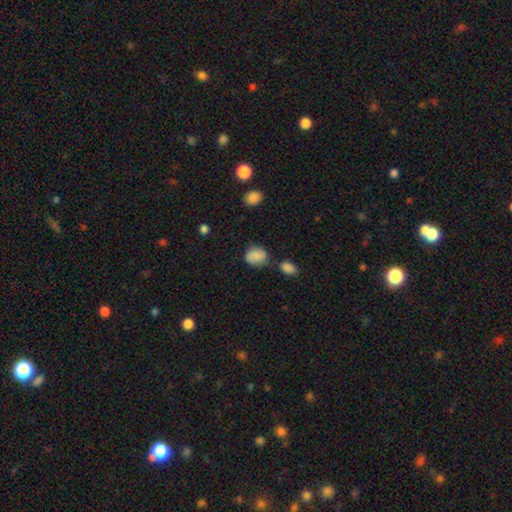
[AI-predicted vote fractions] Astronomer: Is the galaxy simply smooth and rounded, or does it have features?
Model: smooth — 79%.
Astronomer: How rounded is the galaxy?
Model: round — 52% (runner-up: in between, 47%).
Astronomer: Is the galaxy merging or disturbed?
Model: none — 62%.